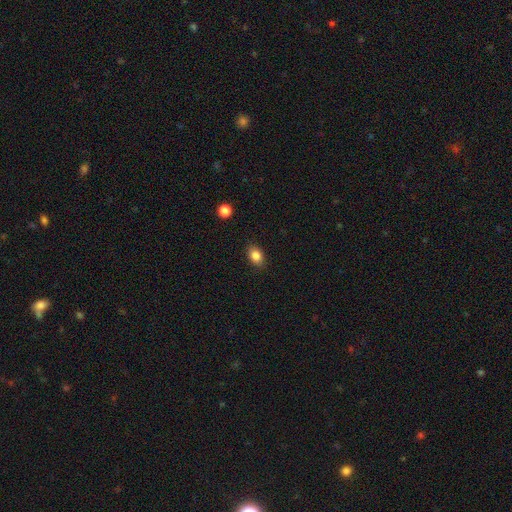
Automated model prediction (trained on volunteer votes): Morphology: type=smooth (84%); roundness=in between (76%); merging=none (86%).